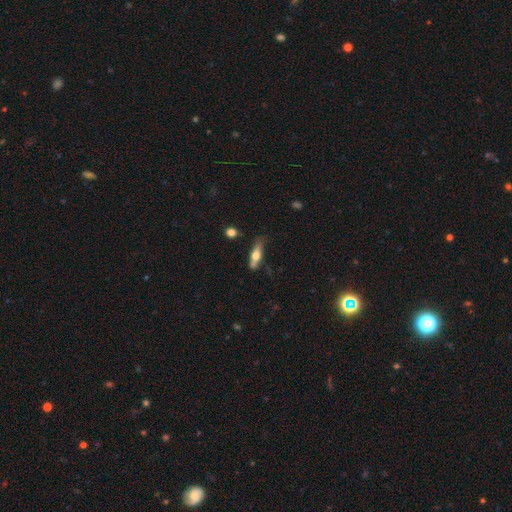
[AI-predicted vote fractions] smooth-or-featured: smooth: 54% | featured or disk: 40% | star or artifact: 6%
  how-rounded: cigar-shaped: 60% | in between: 37% | round: 3%
  merging: none: 59% | minor disturbance: 25% | major disturbance: 8% | merger: 7%